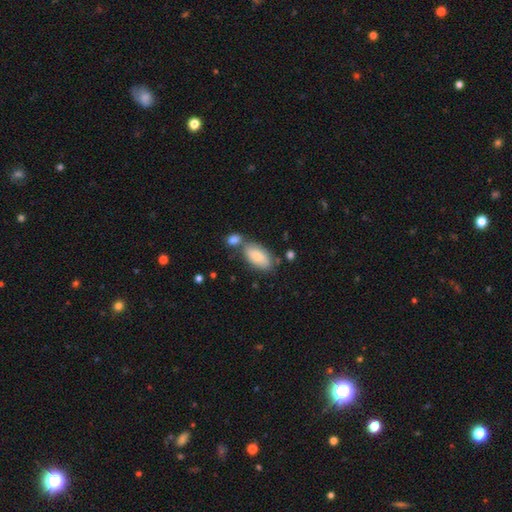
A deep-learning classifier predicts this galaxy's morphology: Overall: smooth (78%). How rounded: in between (92%). Merging: none (58%; merger 24%).